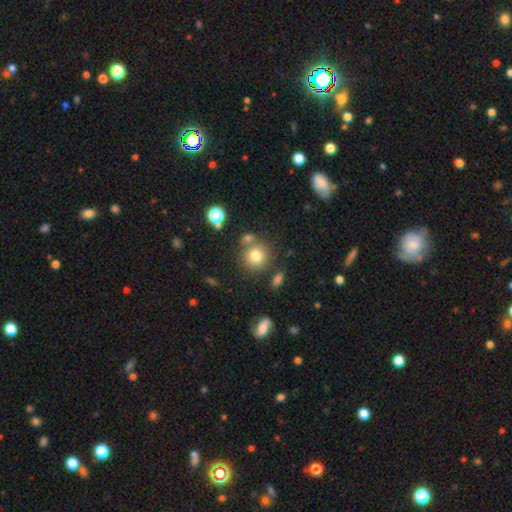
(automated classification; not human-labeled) The model was most divided on "merging": none: 70%, merger: 15%, minor disturbance: 10%, major disturbance: 4%. More confident: how rounded — round (90%); smooth or featured — smooth (78%).